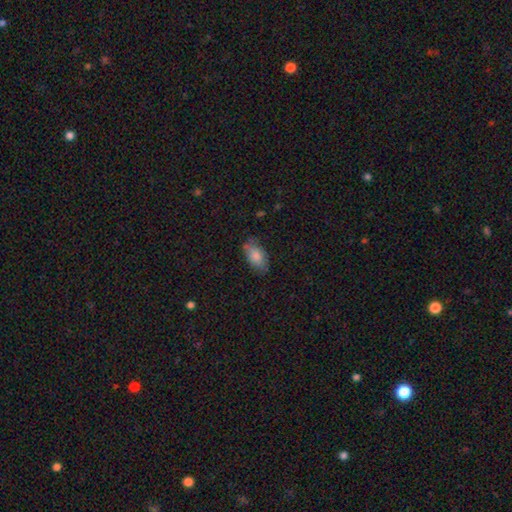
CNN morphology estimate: This is clearly a smooth galaxy (83%). How rounded: clearly in between (92%). Merging: likely none (70%).